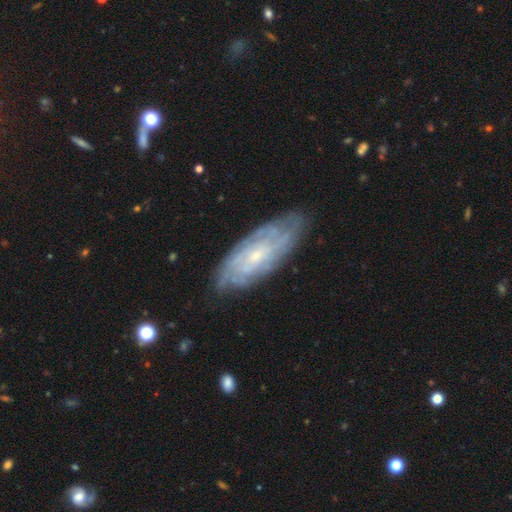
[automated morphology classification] Smooth or featured? Predicted: featured or disk (p=0.76). Edge-on disk? Predicted: no (p=0.87). Bar? Predicted: no (p=0.67). Spiral arms? Predicted: yes (p=0.91). Spiral winding? Predicted: tight (p=0.71). Spiral arm count? Predicted: can't tell (p=0.54). Bulge size? Predicted: small (p=0.75). Merging? Predicted: none (p=0.78).